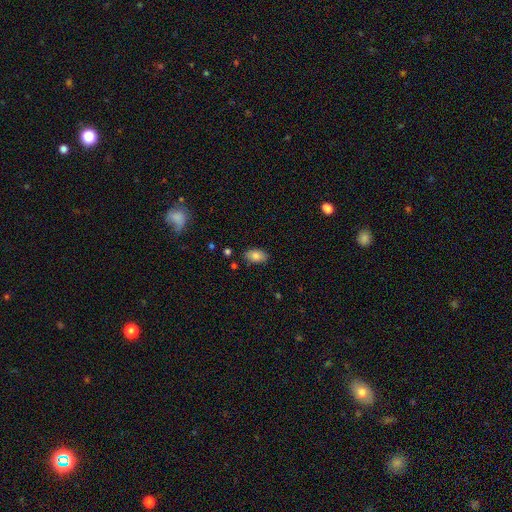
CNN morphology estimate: Smooth or featured: smooth — 82% (featured or disk — 9%)
How rounded: in between — 90% (round — 8%)
Merging: none — 84% (minor disturbance — 12%)